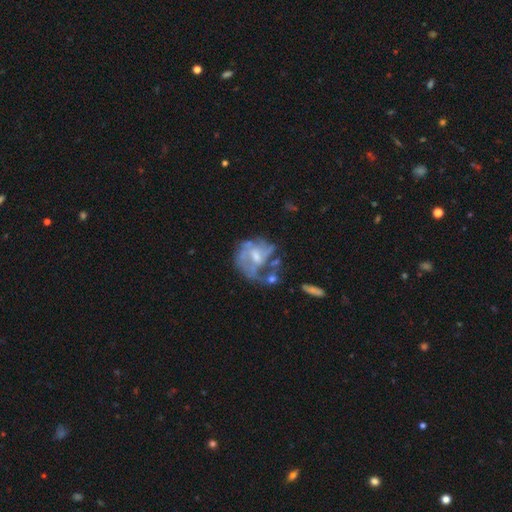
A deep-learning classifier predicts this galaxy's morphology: The model was most divided on "bar": weak: 45%, no: 44%, strong: 10%. Remaining: edge-on disk — no (98%); smooth or featured — featured or disk (73%); spiral arms — yes (68%); bulge size — moderate (47%); merging — major disturbance (34%).